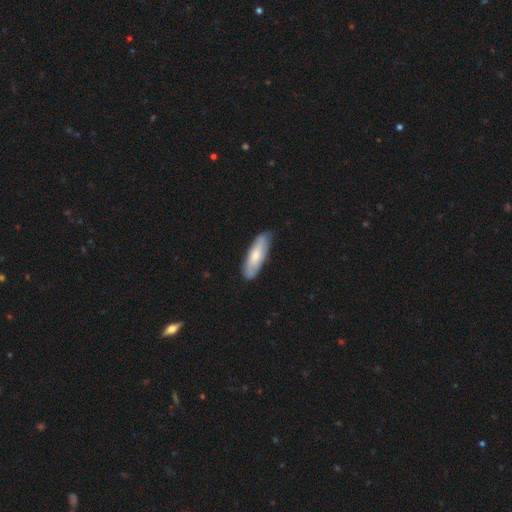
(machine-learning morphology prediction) smooth-or-featured: smooth: 66% | featured or disk: 29% | star or artifact: 5%
  how-rounded: in between: 52% | cigar-shaped: 46% | round: 2%
  merging: none: 81% | minor disturbance: 15% | major disturbance: 3% | merger: 1%